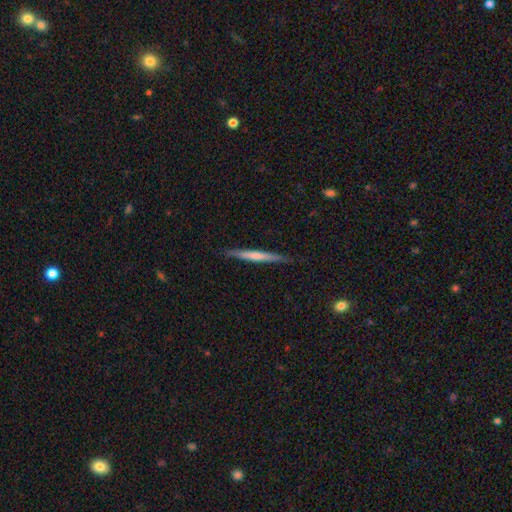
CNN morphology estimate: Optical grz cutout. It shows a smooth galaxy with no disk features (49%). Merging: none (88%).